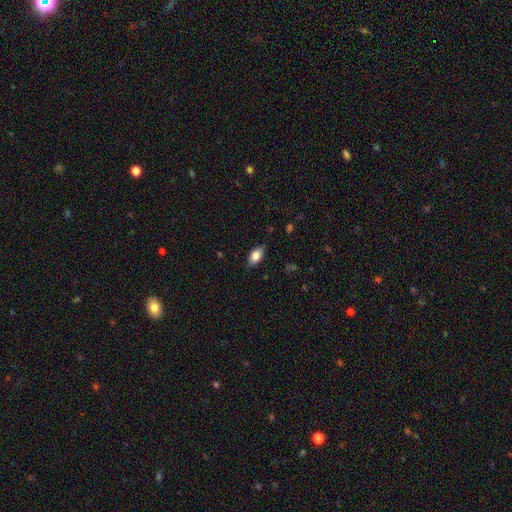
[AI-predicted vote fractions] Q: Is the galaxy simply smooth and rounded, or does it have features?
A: smooth — 82%.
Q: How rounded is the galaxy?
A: in between — 90%.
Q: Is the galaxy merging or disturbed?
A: none — 84%.